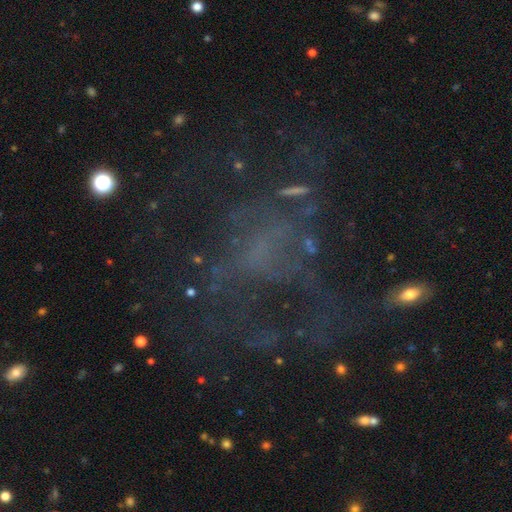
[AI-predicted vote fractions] Smooth or featured? featured or disk (47%)
Merging? major disturbance (41%)